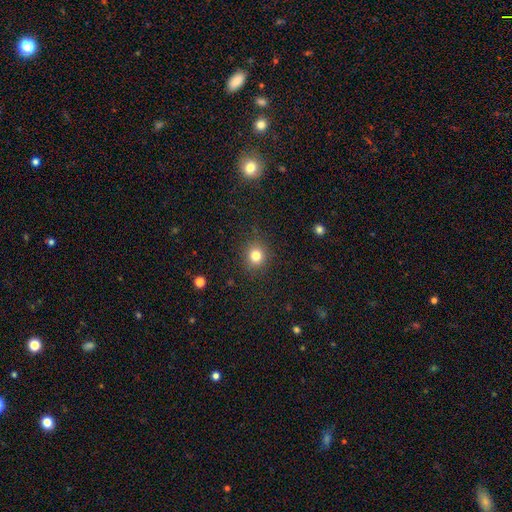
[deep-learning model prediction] A smooth galaxy with no disk features (81%) that is round (85%).

Vote fractions:
- Smooth or featured? smooth: 81% / star or artifact: 13% / featured or disk: 6%
- How rounded? round: 85% / in between: 14% / cigar-shaped: 1%
- Merging? none: 89% / minor disturbance: 7% / major disturbance: 3% / merger: 1%